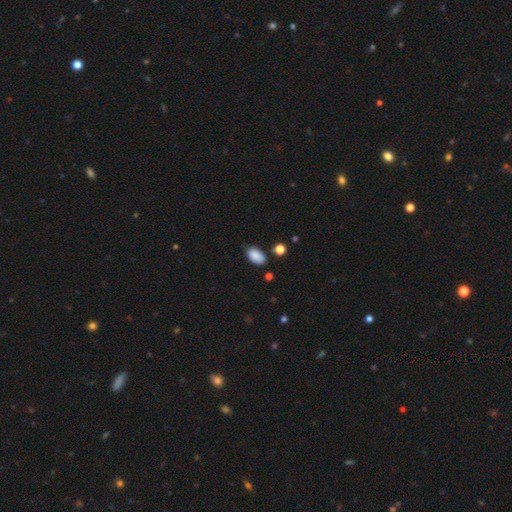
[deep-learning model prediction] The model was most divided on "merging": none: 79%, minor disturbance: 14%, merger: 3%, major disturbance: 3%. More confident: how rounded — in between (93%); smooth or featured — smooth (88%).